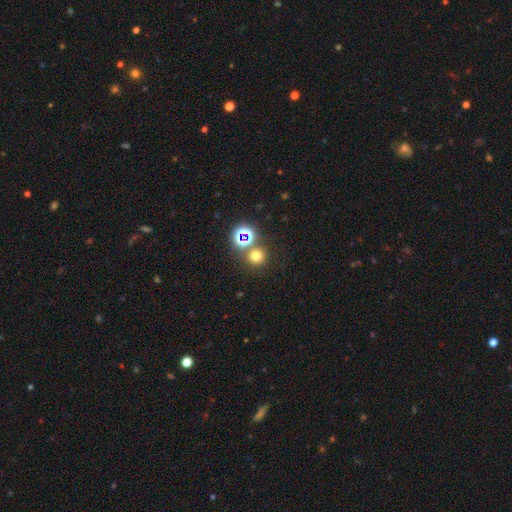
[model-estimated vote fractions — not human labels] This appears to be a smooth galaxy with no disk features (66%) that is round (92%). Merging: none (76%).